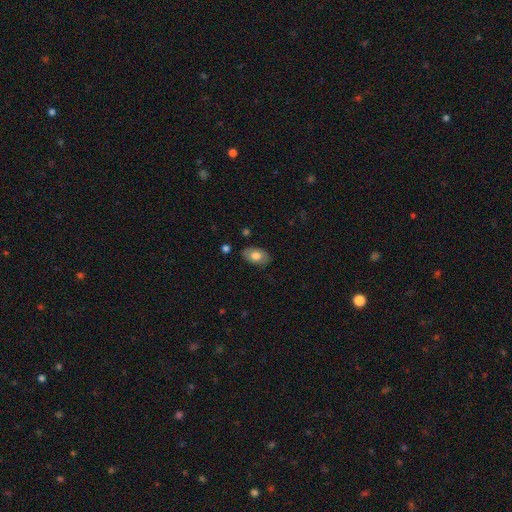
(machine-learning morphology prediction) Overall: smooth (74%). How rounded: in between (91%). Merging: none (82%).